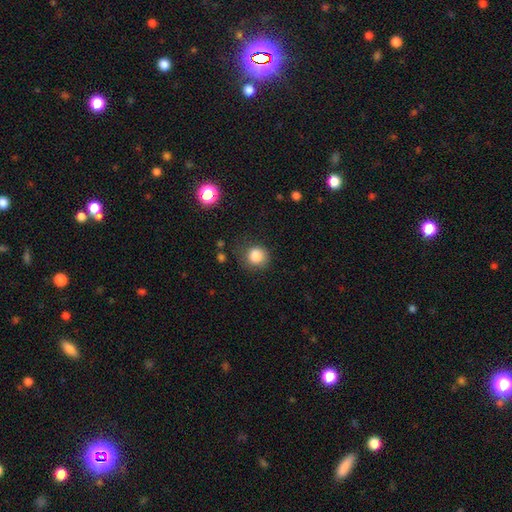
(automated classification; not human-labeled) A smooth galaxy with no disk features (85%) that is round (85%). Merging: none (70%).